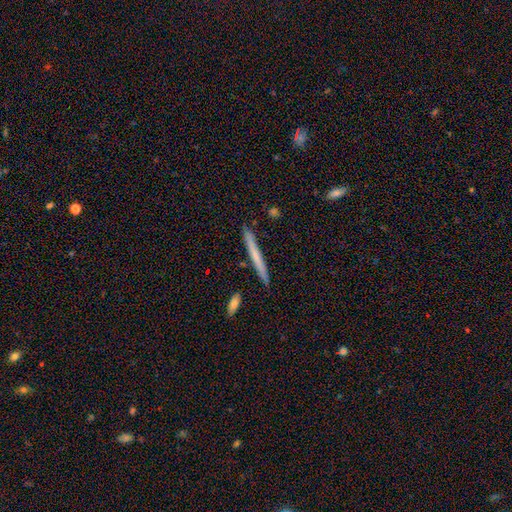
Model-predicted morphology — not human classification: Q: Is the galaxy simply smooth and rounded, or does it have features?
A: smooth — 57%.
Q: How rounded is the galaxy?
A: cigar-shaped — 96%.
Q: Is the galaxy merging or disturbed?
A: none — 89%.